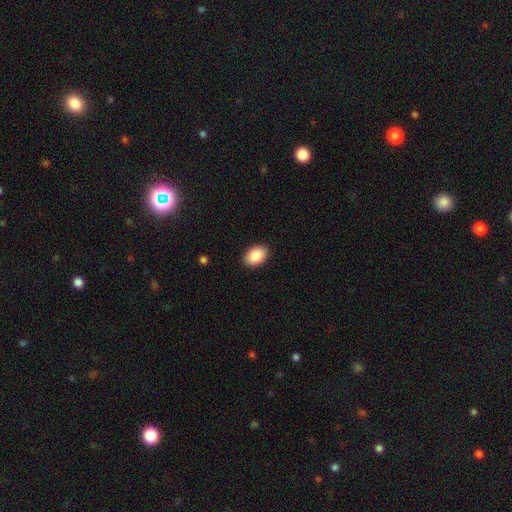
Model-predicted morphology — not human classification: smooth-or-featured: smooth: 88% | star or artifact: 7% | featured or disk: 5%
  how-rounded: in between: 87% | round: 12% | cigar-shaped: 1%
  merging: none: 90% | minor disturbance: 7% | major disturbance: 2% | merger: 1%